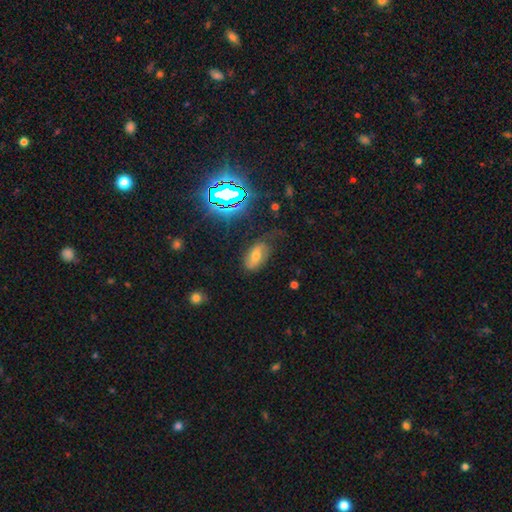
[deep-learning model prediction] A smooth galaxy with no disk features (42%). Merging: none (59%).